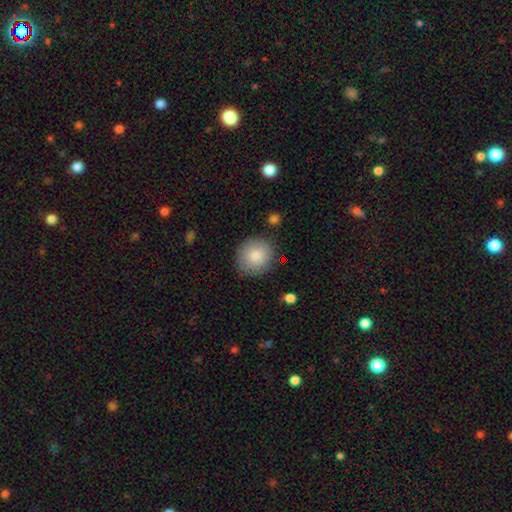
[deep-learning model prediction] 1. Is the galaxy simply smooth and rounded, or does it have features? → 86% smooth, 8% featured or disk, 7% star or artifact.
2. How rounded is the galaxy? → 87% round, 12% in between, 1% cigar-shaped.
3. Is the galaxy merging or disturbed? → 83% none, 12% minor disturbance, 3% major disturbance, 2% merger.